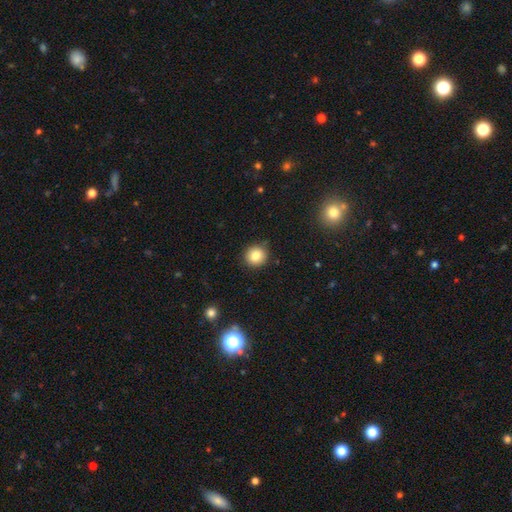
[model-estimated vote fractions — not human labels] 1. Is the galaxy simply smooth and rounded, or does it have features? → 82% smooth, 11% star or artifact, 7% featured or disk.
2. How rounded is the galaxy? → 90% round, 9% in between, 1% cigar-shaped.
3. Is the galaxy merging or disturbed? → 88% none, 8% minor disturbance, 2% major disturbance, 1% merger.